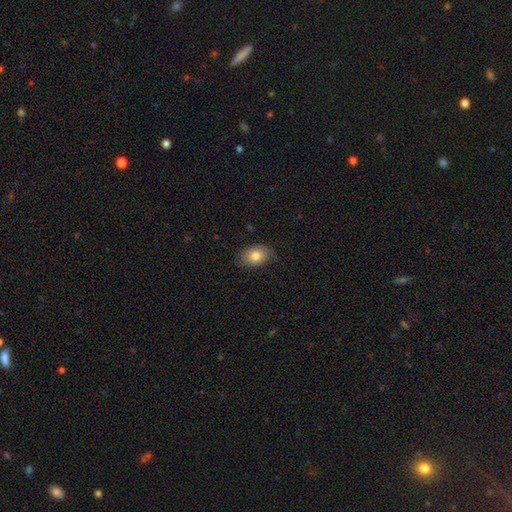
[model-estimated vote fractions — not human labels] A smooth galaxy with no disk features (79%) that is in between round and cigar-shaped (82%).

Vote fractions:
- Smooth or featured? smooth: 79% / featured or disk: 13% / star or artifact: 8%
- How rounded? in between: 82% / round: 17% / cigar-shaped: 1%
- Merging? none: 81% / minor disturbance: 15% / major disturbance: 3% / merger: 1%